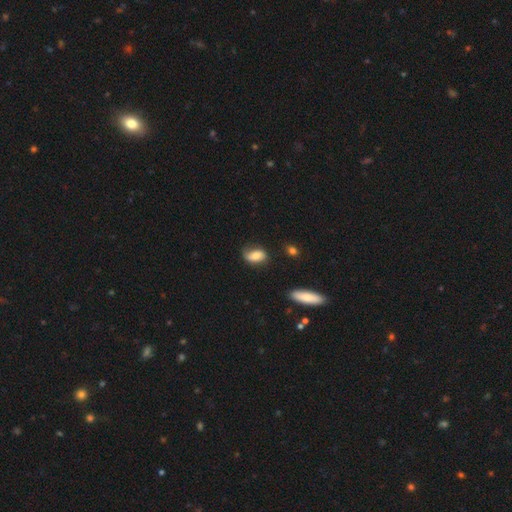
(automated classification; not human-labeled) Q: Smooth or featured?
A: smooth (73%); runner-up: featured or disk (19%)
Q: How rounded?
A: in between (87%); runner-up: round (10%)
Q: Merging?
A: none (67%); runner-up: minor disturbance (25%)